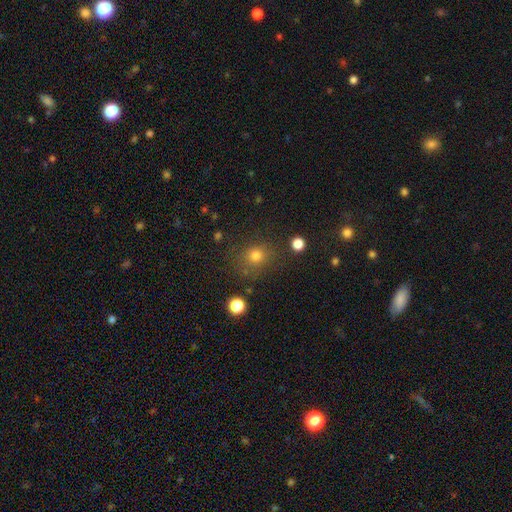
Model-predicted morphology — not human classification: Overall: smooth (76%). How rounded: round (82%). Merging: none (78%).